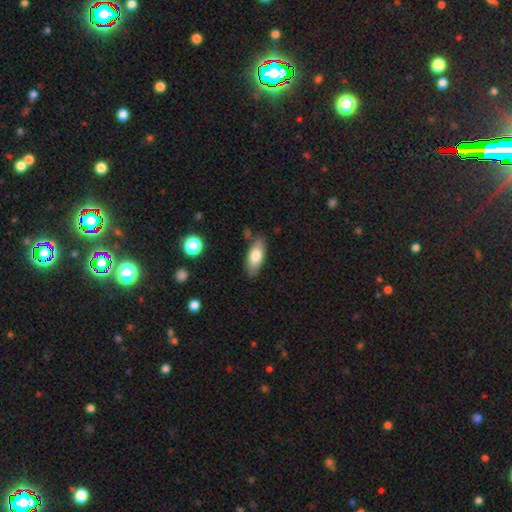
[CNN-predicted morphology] smooth 74%, featured or disk 19%, star or artifact 6%. Down the decision tree: how rounded — in between (80%); merging — none (81%).